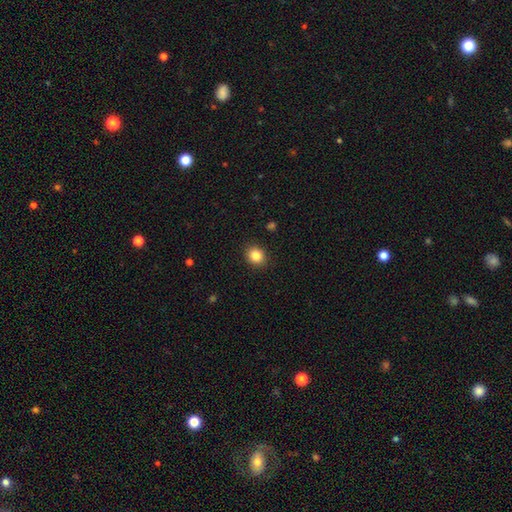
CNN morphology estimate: Smooth or featured: smooth — 84% (star or artifact — 10%)
How rounded: round — 73% (in between — 26%)
Merging: none — 91% (minor disturbance — 6%)